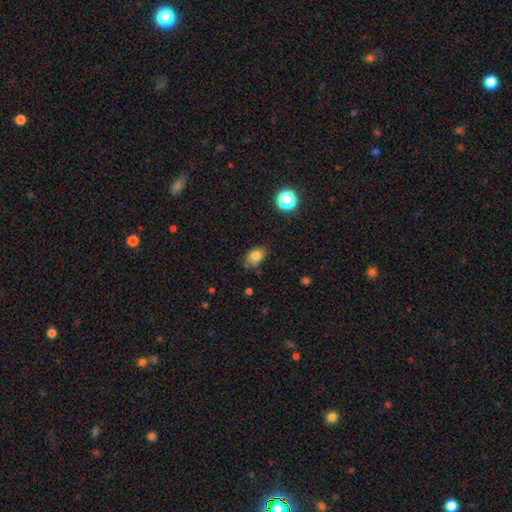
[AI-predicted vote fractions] Smooth or featured? Predicted: smooth (p=0.80). How rounded? Predicted: in between (p=0.72). Merging? Predicted: none (p=0.65).